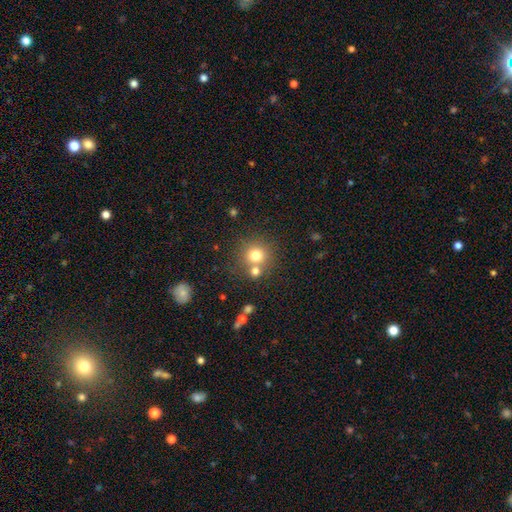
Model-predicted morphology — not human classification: The model was most divided on "merging": none: 65%, merger: 24%, minor disturbance: 8%, major disturbance: 3%. More confident: how rounded — round (91%); smooth or featured — smooth (75%).